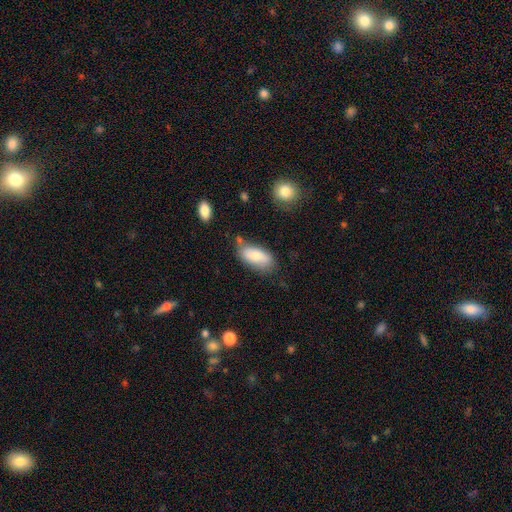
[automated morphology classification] A smooth galaxy with no disk features (75%) that is in between round and cigar-shaped (89%).

Vote fractions:
- Smooth or featured? smooth: 75% / featured or disk: 18% / star or artifact: 7%
- How rounded? in between: 89% / cigar-shaped: 9% / round: 3%
- Merging? none: 58% / minor disturbance: 27% / merger: 8% / major disturbance: 7%